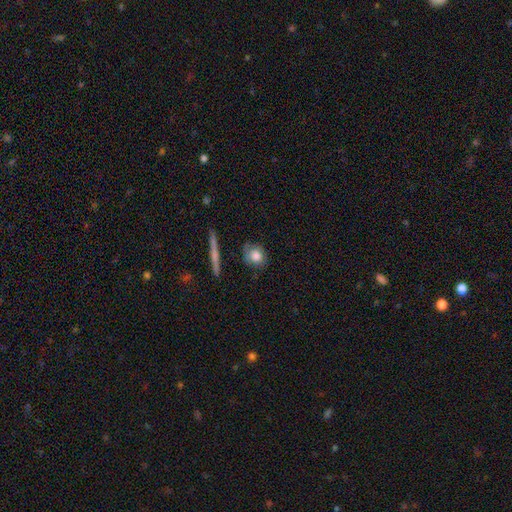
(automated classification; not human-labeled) Morphology: type=smooth (76%); roundness=round (68%); merging=none (72%).